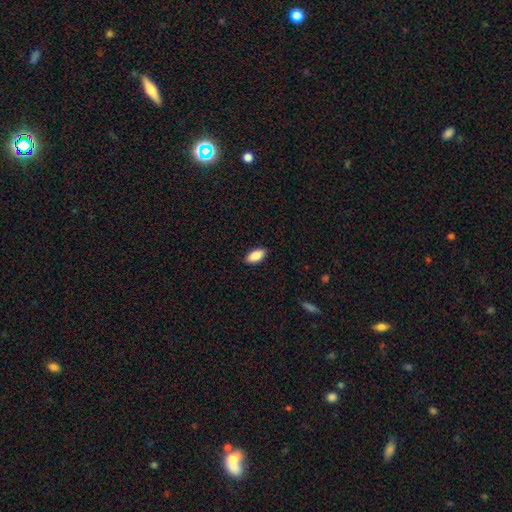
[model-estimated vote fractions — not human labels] smooth 89%, star or artifact 6%, featured or disk 5%. Down the decision tree: how rounded — in between (92%); merging — none (89%).